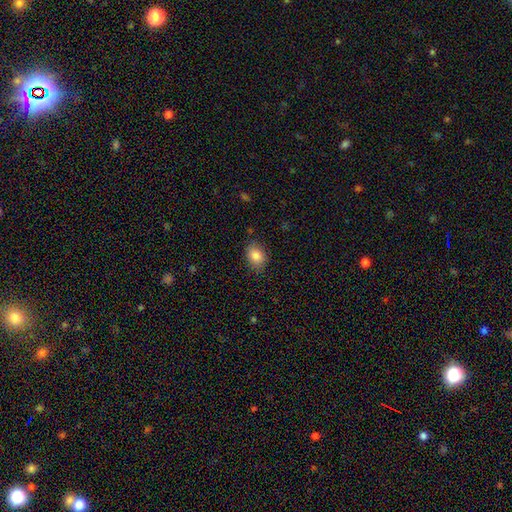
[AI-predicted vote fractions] A smooth galaxy with no disk features (86%) that is in between round and cigar-shaped (71%).

Vote fractions:
- Smooth or featured? smooth: 86% / star or artifact: 8% / featured or disk: 6%
- How rounded? in between: 71% / round: 27% / cigar-shaped: 1%
- Merging? none: 81% / minor disturbance: 15% / major disturbance: 3% / merger: 1%